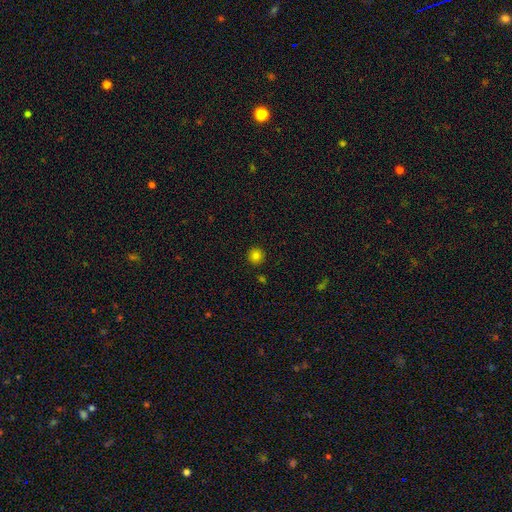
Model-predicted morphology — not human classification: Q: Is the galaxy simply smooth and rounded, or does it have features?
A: smooth — 82%.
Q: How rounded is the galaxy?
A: round — 95%.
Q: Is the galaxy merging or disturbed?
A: none — 91%.